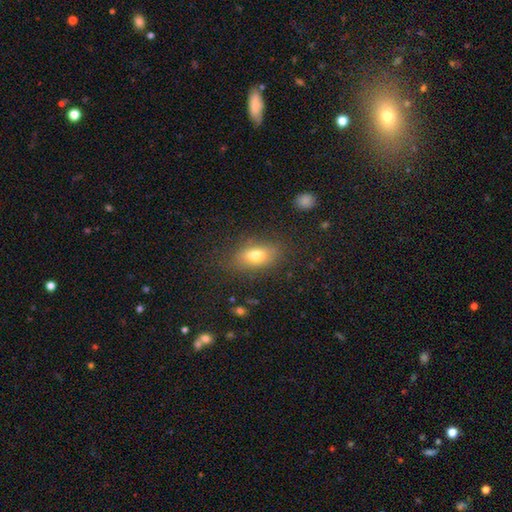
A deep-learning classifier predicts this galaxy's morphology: smooth-or-featured: smooth: 73% | featured or disk: 17% | star or artifact: 10%
  how-rounded: in between: 85% | round: 9% | cigar-shaped: 6%
  merging: none: 77% | minor disturbance: 15% | major disturbance: 6% | merger: 2%